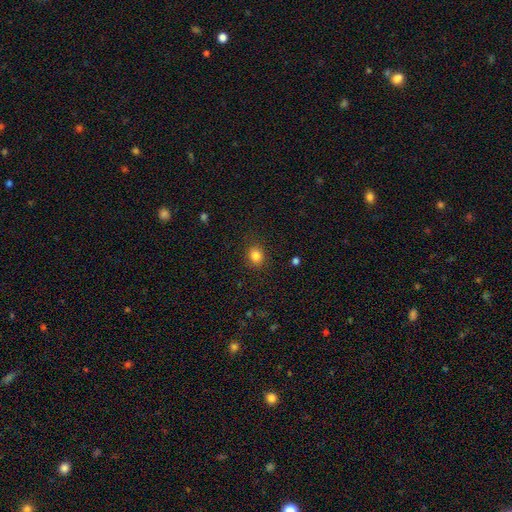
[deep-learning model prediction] Smooth or featured? smooth (84%)
How rounded? round (70%)
Merging? none (87%)